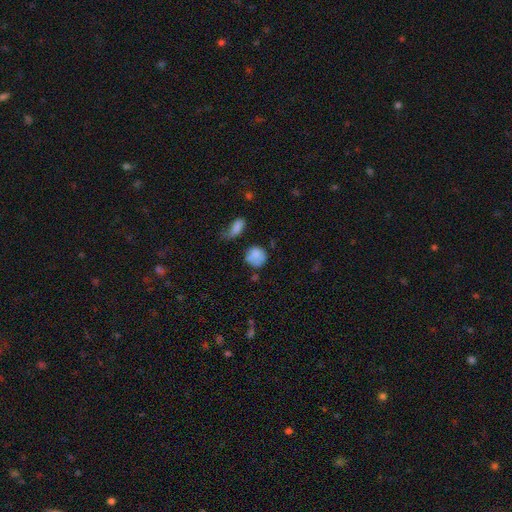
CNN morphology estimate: Smooth or featured: smooth — 77% (featured or disk — 14%)
How rounded: round — 77% (in between — 22%)
Merging: none — 47% (minor disturbance — 31%)